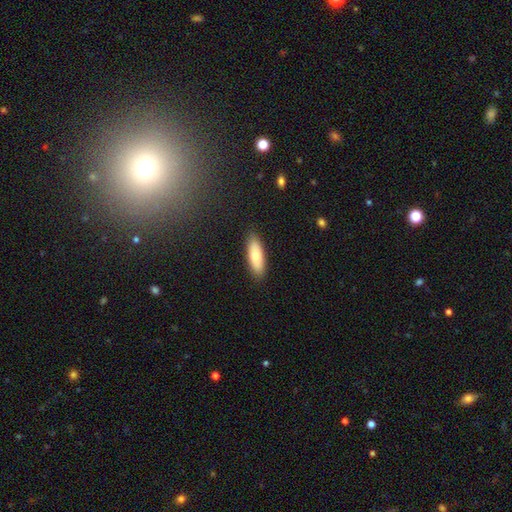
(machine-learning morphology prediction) This appears to be a smooth galaxy with no disk features (74%) that is in between round and cigar-shaped (59%). Merging: none (88%).